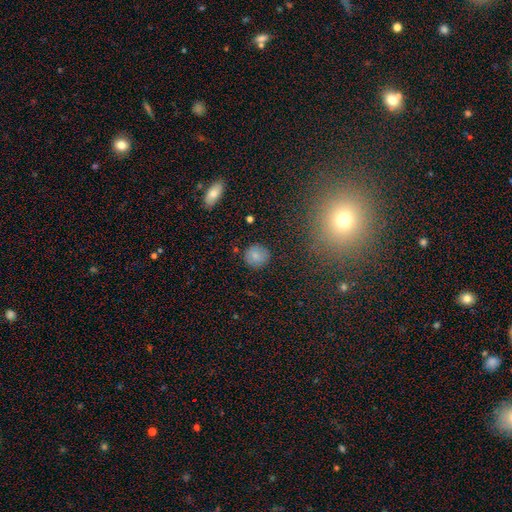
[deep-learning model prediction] Morphology: type=smooth (80%); roundness=round (90%); merging=none (86%).